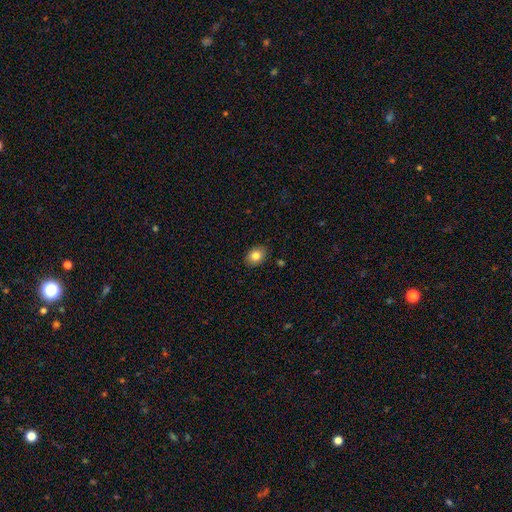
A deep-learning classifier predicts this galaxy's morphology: Smooth or featured?
  - smooth: 82% *
  - star or artifact: 9%
  - featured or disk: 9%
How rounded?
  - in between: 61% *
  - round: 38%
  - cigar-shaped: 1%
Merging?
  - none: 88% *
  - minor disturbance: 9%
  - major disturbance: 2%
  - merger: 1%